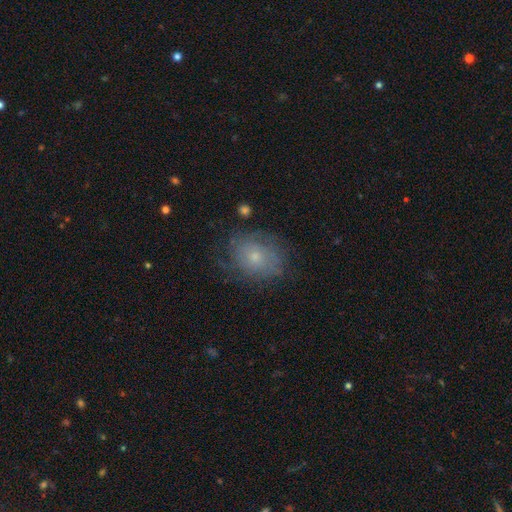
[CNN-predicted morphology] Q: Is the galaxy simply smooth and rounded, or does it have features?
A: smooth — 46%.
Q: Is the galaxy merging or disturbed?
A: none — 66%.